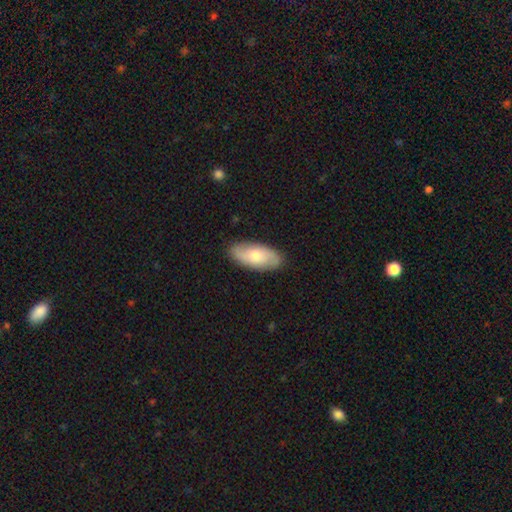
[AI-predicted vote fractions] Q: Smooth or featured?
A: smooth (64%); runner-up: featured or disk (31%)
Q: How rounded?
A: in between (89%); runner-up: cigar-shaped (8%)
Q: Merging?
A: none (86%); runner-up: minor disturbance (11%)